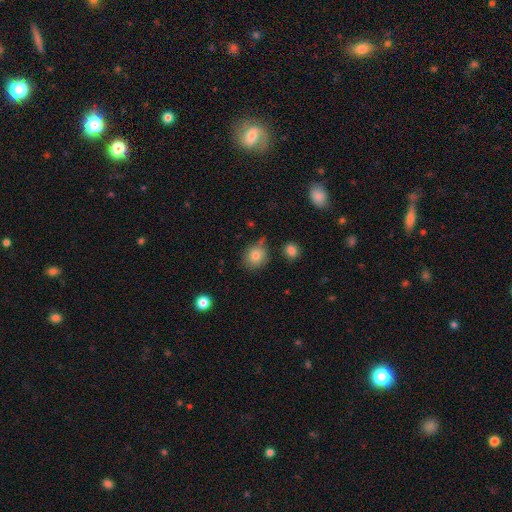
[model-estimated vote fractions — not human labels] Smooth or featured? smooth (81%)
How rounded? round (79%)
Merging? none (74%)